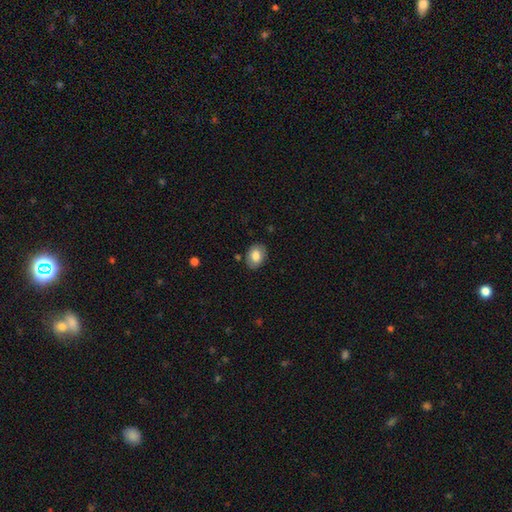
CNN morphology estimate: A smooth galaxy with no disk features (79%) that is in between round and cigar-shaped (75%). Merging: none (84%).